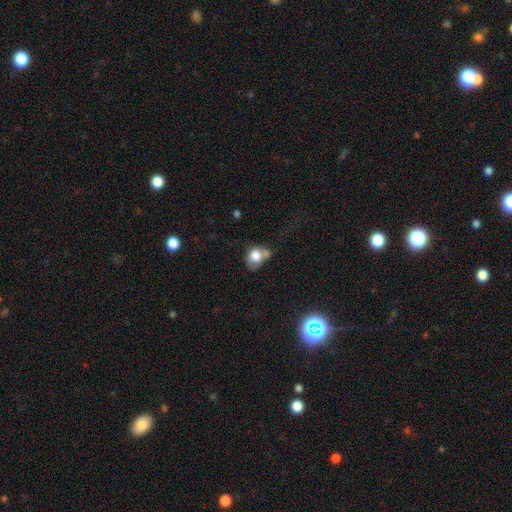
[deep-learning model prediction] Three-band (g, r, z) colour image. It shows a smooth galaxy with no disk features (75%) that is round (53%). Merging: none (30%).